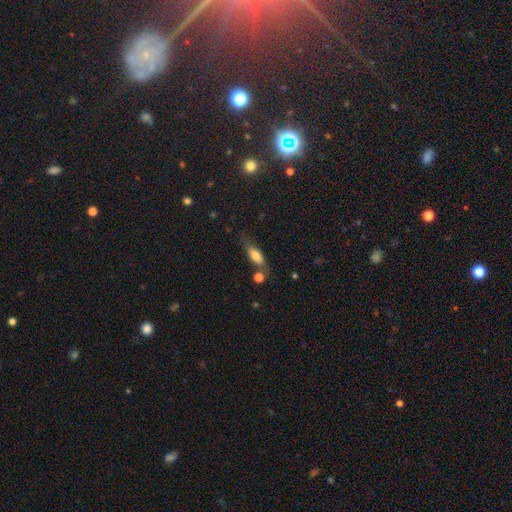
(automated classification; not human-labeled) Smooth or featured?
  - smooth: 72% *
  - featured or disk: 20%
  - star or artifact: 9%
How rounded?
  - in between: 67% *
  - cigar-shaped: 28%
  - round: 4%
Merging?
  - none: 57% *
  - minor disturbance: 23%
  - merger: 12%
  - major disturbance: 9%